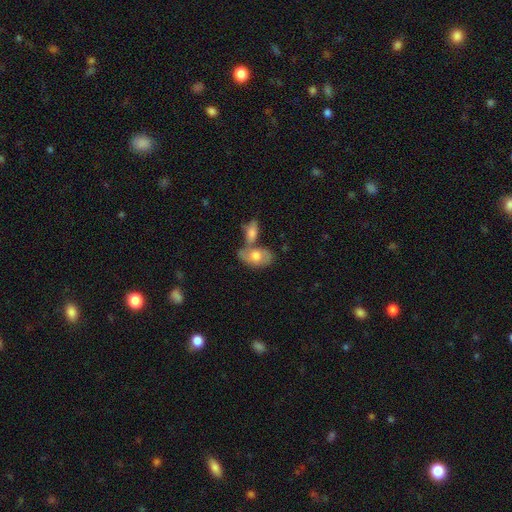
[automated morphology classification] Smooth or featured?
  - smooth: 58% *
  - featured or disk: 36%
  - star or artifact: 6%
How rounded?
  - in between: 89% *
  - round: 9%
  - cigar-shaped: 2%
Merging?
  - merger: 43% *
  - none: 36%
  - minor disturbance: 14%
  - major disturbance: 6%